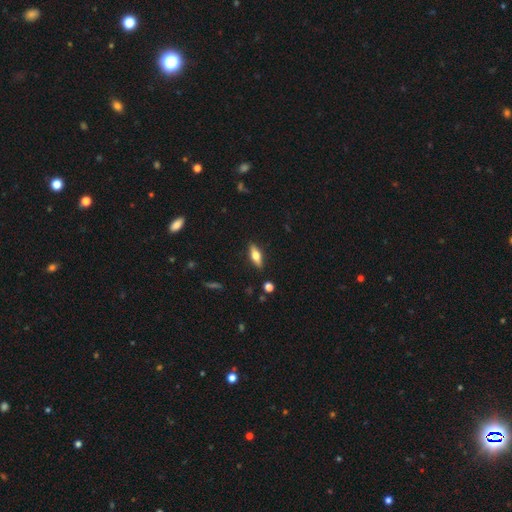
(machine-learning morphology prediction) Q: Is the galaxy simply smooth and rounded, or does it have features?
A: smooth — 55%.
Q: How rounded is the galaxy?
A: in between — 62%.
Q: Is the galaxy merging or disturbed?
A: none — 88%.